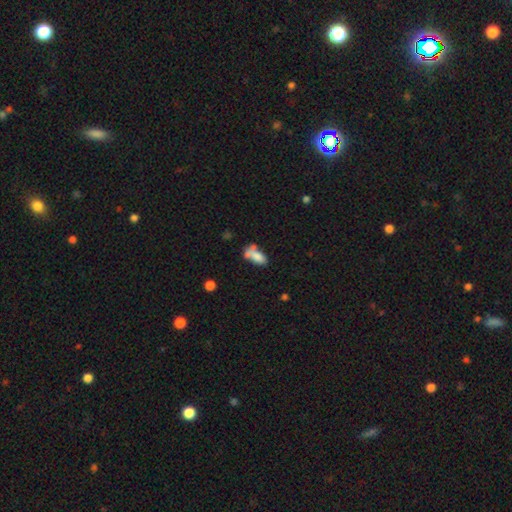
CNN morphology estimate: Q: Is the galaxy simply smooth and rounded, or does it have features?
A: smooth — 73%.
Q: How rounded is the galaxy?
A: in between — 87%.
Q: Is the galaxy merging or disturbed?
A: merger — 41%.